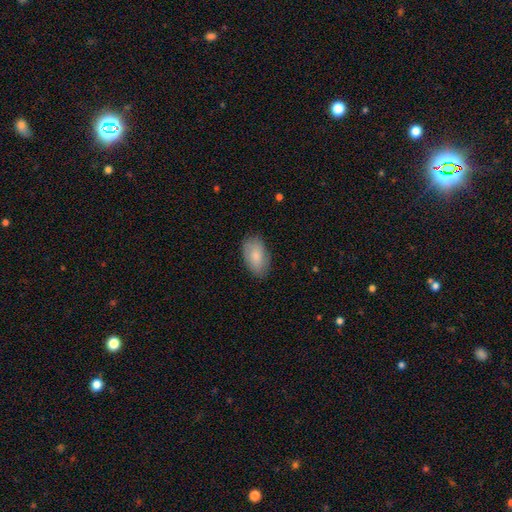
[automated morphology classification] Smooth or featured? Predicted: smooth (p=0.81). How rounded? Predicted: in between (p=0.93). Merging? Predicted: none (p=0.81).